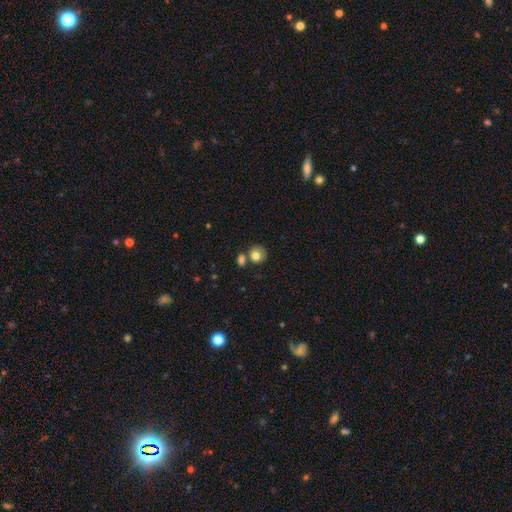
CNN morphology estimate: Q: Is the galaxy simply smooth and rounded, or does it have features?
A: smooth — 79%.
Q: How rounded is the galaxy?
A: round — 80%.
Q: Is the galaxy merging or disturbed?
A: none — 59%.